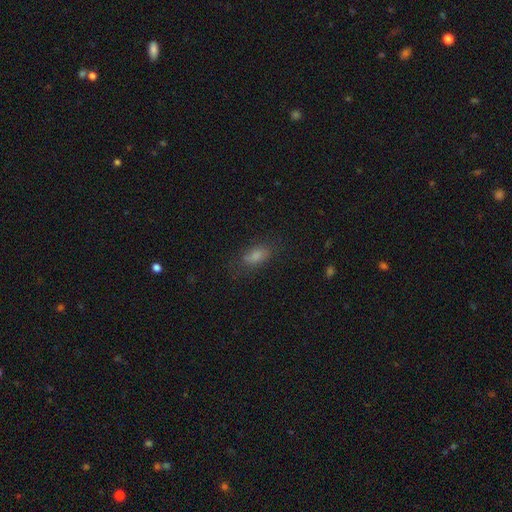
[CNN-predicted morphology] This appears to be a smooth galaxy with no disk features (70%) that is in between round and cigar-shaped (78%). Merging: none (76%).